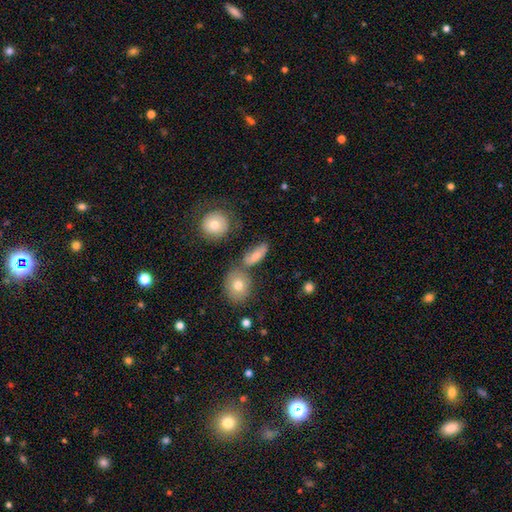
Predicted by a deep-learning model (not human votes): Morphology: type=smooth (75%); roundness=in between (67%); merging=none (59%).